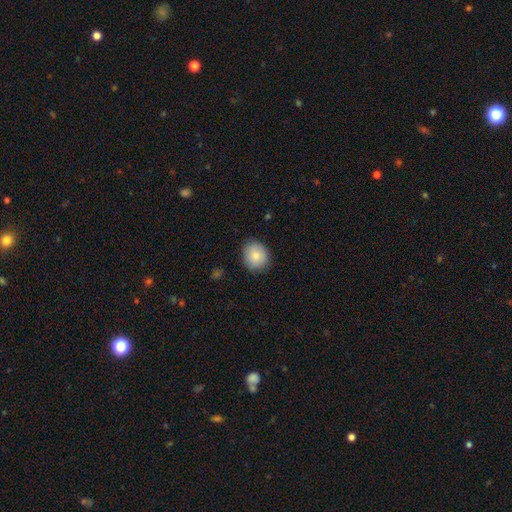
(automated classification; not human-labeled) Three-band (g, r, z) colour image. It shows a smooth galaxy with no disk features (84%) that is round (69%). Merging: none (85%).